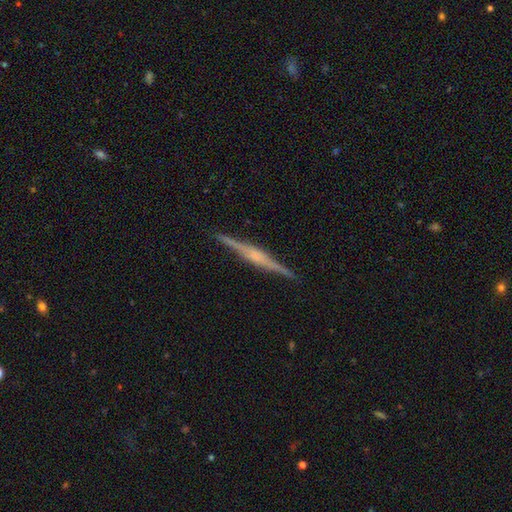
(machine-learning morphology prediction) A featured or disk galaxy (84%) viewed edge-on (98%) with a rounded central bulge (58%). Merging: none (91%).